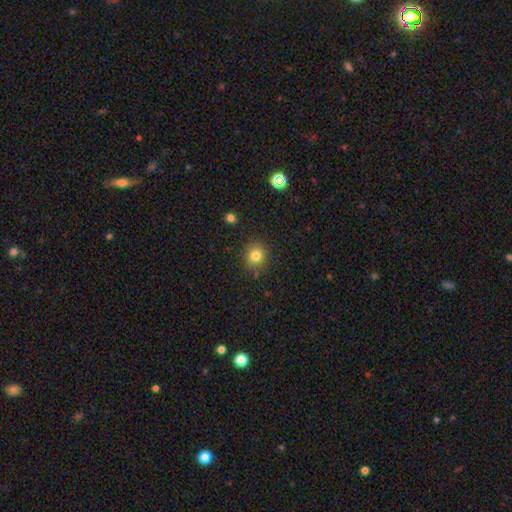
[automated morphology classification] Q: Smooth or featured?
A: smooth (80%); runner-up: star or artifact (13%)
Q: How rounded?
A: round (85%); runner-up: in between (14%)
Q: Merging?
A: none (87%); runner-up: minor disturbance (9%)